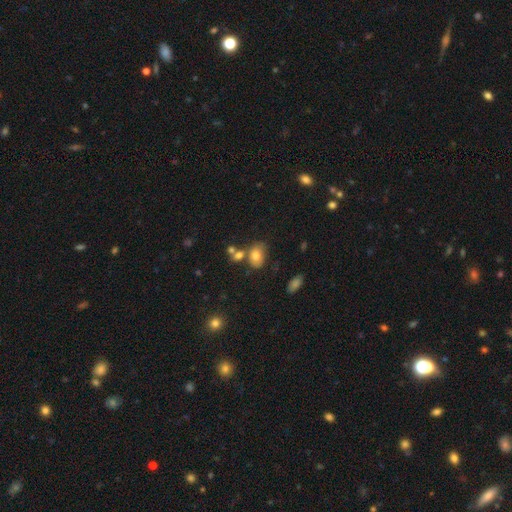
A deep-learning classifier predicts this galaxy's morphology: Q: Smooth or featured?
A: smooth (75%); runner-up: featured or disk (15%)
Q: How rounded?
A: in between (81%); runner-up: round (17%)
Q: Merging?
A: none (51%); runner-up: merger (22%)